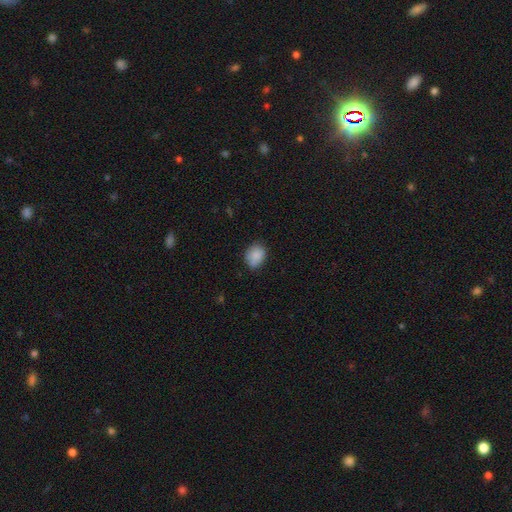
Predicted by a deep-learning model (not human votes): Smooth or featured?
  - smooth: 86% *
  - star or artifact: 8%
  - featured or disk: 6%
How rounded?
  - in between: 56% *
  - round: 43%
  - cigar-shaped: 1%
Merging?
  - none: 69% *
  - minor disturbance: 25%
  - major disturbance: 4%
  - merger: 2%